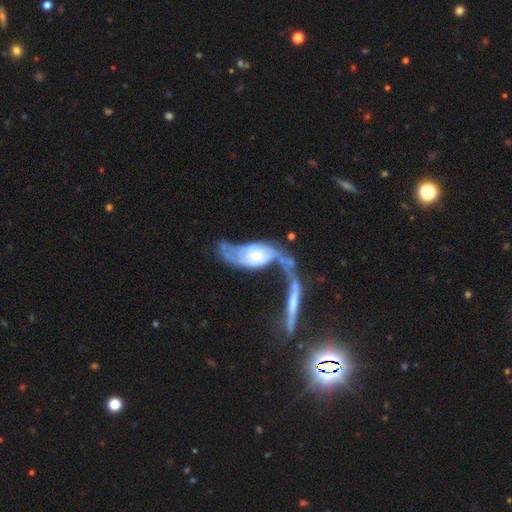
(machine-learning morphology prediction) This is likely a featured or disk galaxy (79%). It is clearly not viewed edge-on (90%). Bar: likely no (68%). Spiral arm pattern: clearly yes (89%). Spiral arm count: likely 2 (60%). Spiral winding: marginally loose (37%). Central bulge: possibly small (53%). Merging: possibly merger (49%).